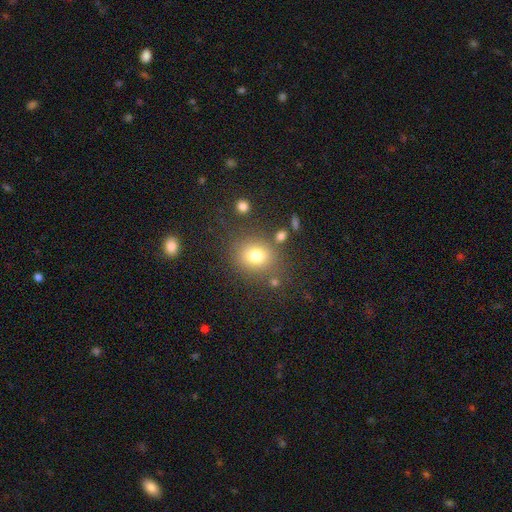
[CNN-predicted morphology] The model was most divided on "how rounded": round: 71%, in between: 28%, cigar-shaped: 1%. More confident: smooth or featured — smooth (77%); merging — none (76%).